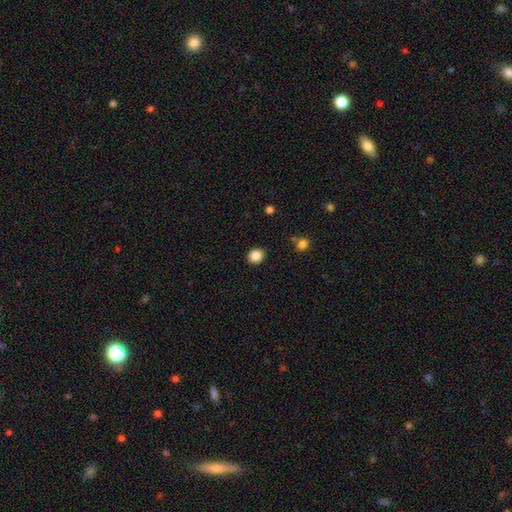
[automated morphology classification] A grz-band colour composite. It shows a smooth galaxy with no disk features (86%) that is round (77%). Merging: none (91%).